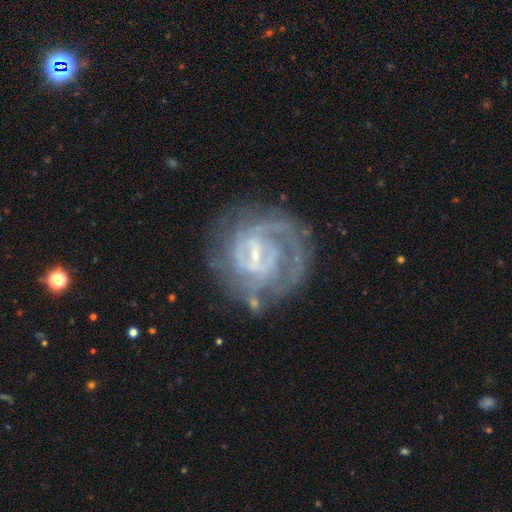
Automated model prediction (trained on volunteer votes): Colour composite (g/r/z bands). It shows a featured or disk galaxy (83%) with a weak bar (54%), tight (59%) spiral arms (85%) and a small central bulge (69%). Merging: none (63%).